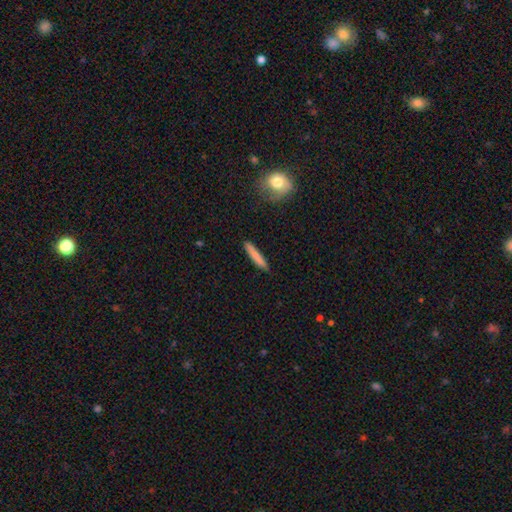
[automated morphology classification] smooth_or_featured: smooth (p=0.80) [alt: featured or disk p=0.14]
how_rounded: cigar-shaped (p=0.93) [alt: in between p=0.05]
merging: none (p=0.88) [alt: minor disturbance p=0.08]